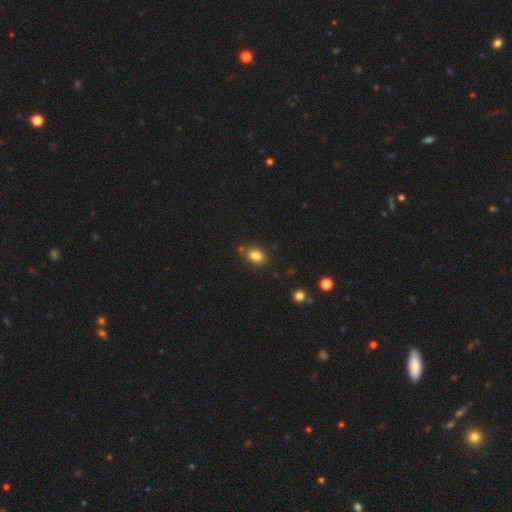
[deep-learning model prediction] A smooth galaxy with no disk features (82%) that is in between round and cigar-shaped (73%). Merging: none (77%).